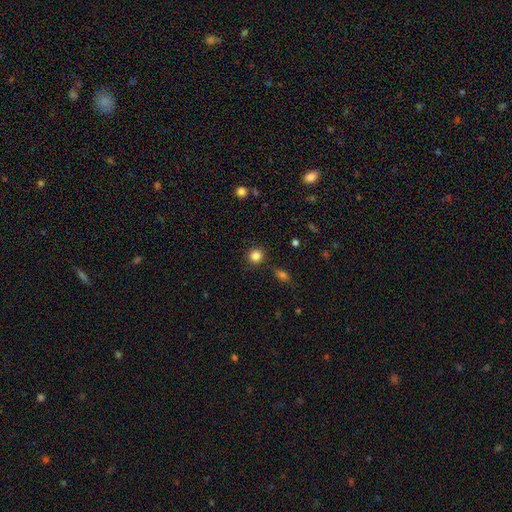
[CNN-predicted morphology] smooth-or-featured: smooth: 84% | star or artifact: 12% | featured or disk: 4%
  how-rounded: round: 91% | in between: 8% | cigar-shaped: 1%
  merging: none: 88% | minor disturbance: 7% | major disturbance: 2% | merger: 2%